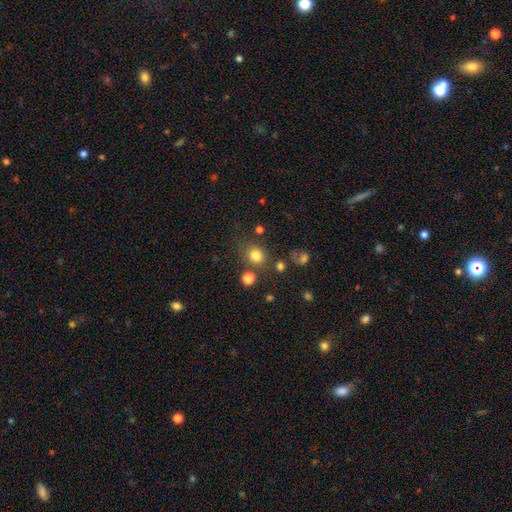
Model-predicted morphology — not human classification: Smooth or featured?
  - smooth: 80% *
  - star or artifact: 14%
  - featured or disk: 6%
How rounded?
  - round: 74% *
  - in between: 25%
  - cigar-shaped: 1%
Merging?
  - none: 74% *
  - minor disturbance: 12%
  - merger: 10%
  - major disturbance: 5%